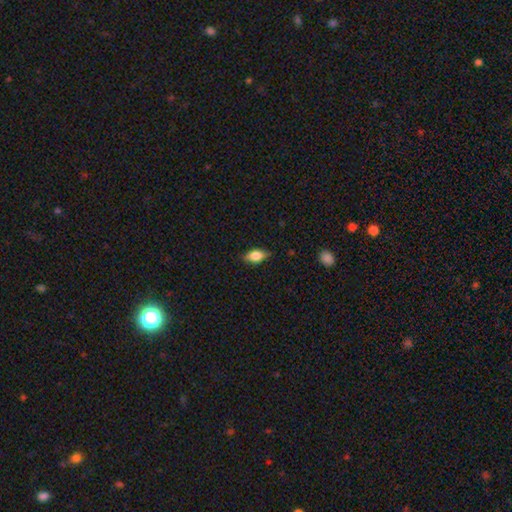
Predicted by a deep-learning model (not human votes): A smooth galaxy with no disk features (76%) that is in between round and cigar-shaped (85%). Merging: none (81%).